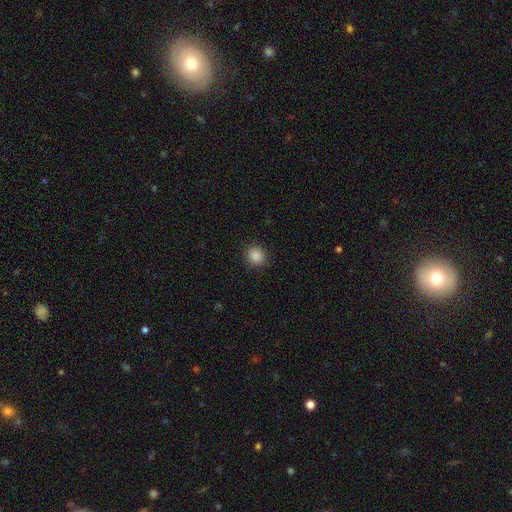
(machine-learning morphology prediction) Overall: smooth (87%). How rounded: round (83%). Merging: none (90%).